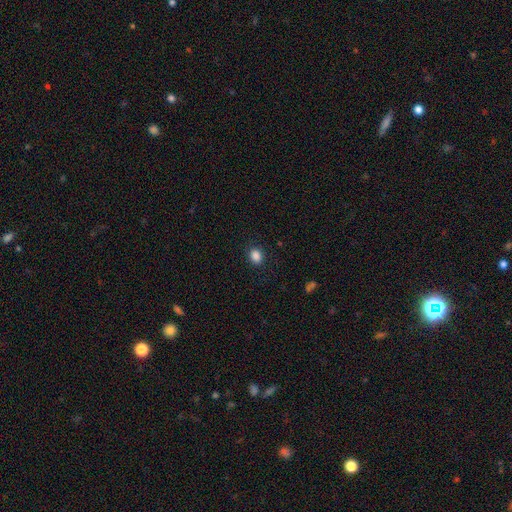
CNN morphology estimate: Smooth or featured?
  - smooth: 87% *
  - star or artifact: 10%
  - featured or disk: 3%
How rounded?
  - round: 53% *
  - in between: 46%
  - cigar-shaped: 1%
Merging?
  - none: 88% *
  - minor disturbance: 8%
  - major disturbance: 3%
  - merger: 1%